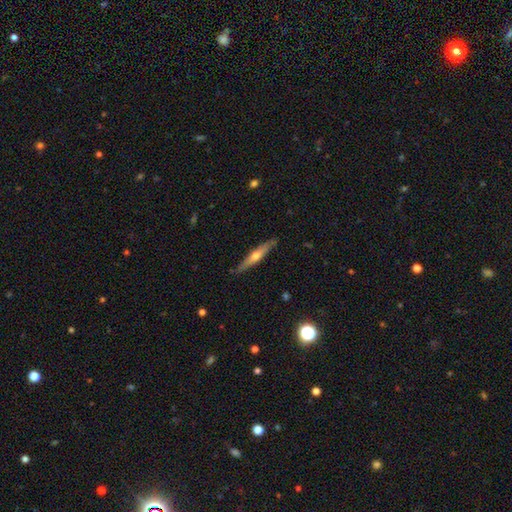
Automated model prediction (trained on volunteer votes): smooth_or_featured: featured or disk (p=0.59) [alt: smooth p=0.35]
disk_edge_on: yes (p=0.94) [alt: no p=0.06]
edge_on_bulge: rounded (p=0.86) [alt: none p=0.10]
merging: none (p=0.87) [alt: minor disturbance p=0.10]